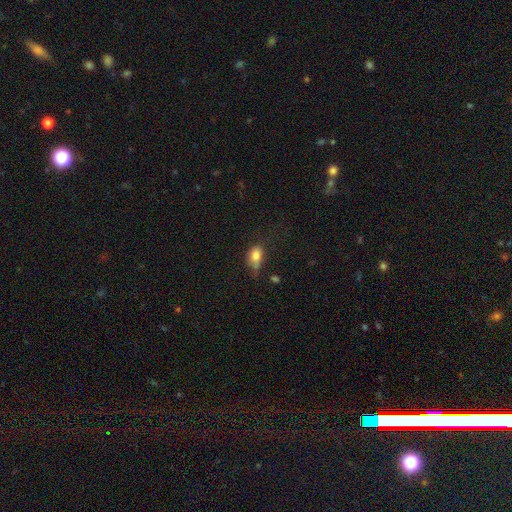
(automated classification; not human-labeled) Morphology: type=smooth (80%); roundness=in between (81%); merging=none (40%).